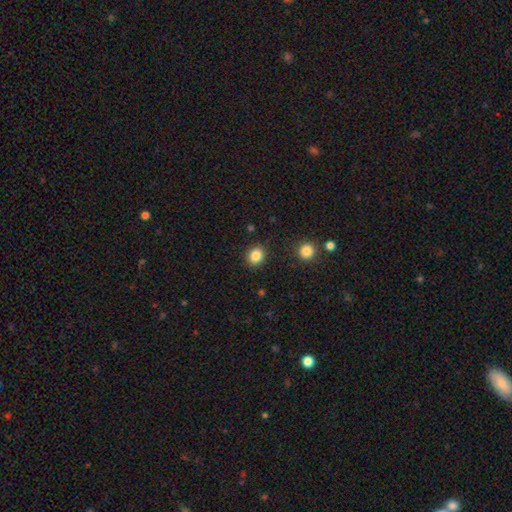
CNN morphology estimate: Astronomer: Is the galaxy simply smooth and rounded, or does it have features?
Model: smooth — 85%.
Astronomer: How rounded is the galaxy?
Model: round — 73%.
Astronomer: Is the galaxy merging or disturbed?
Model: none — 89%.